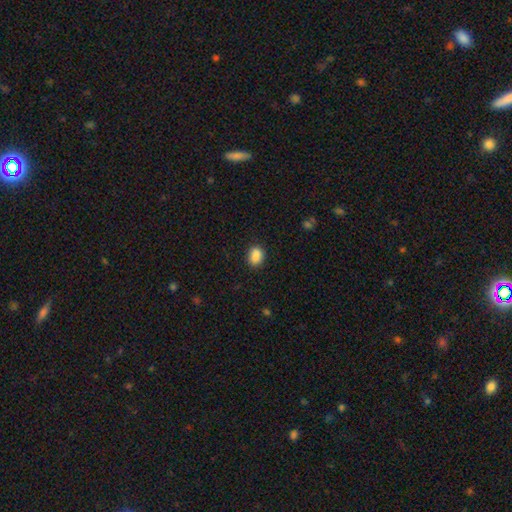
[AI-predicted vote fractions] Overall: smooth (86%). How rounded: in between (64%; round 35%). Merging: none (77%).